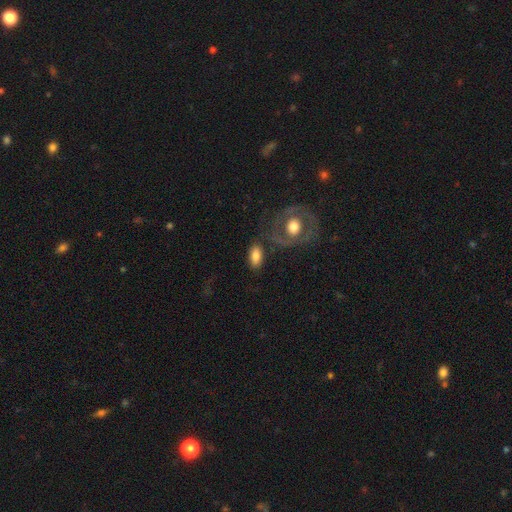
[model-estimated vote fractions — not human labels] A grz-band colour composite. It shows a smooth galaxy with no disk features (77%) that is in between round and cigar-shaped (89%). Merging: none (75%).